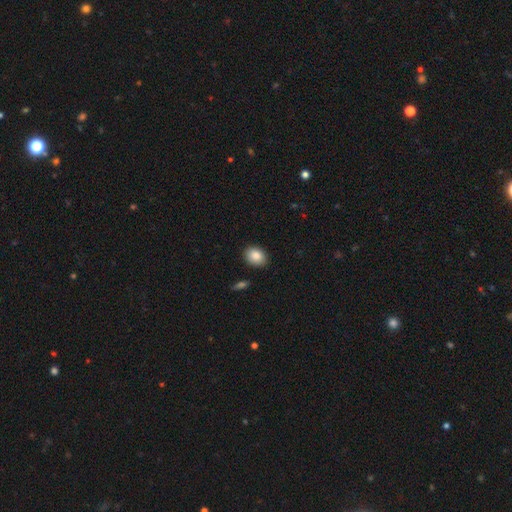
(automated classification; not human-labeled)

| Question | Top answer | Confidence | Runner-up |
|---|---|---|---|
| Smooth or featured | smooth | 87% | star or artifact (7%) |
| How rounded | in between | 62% | round (37%) |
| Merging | none | 89% | minor disturbance (8%) |